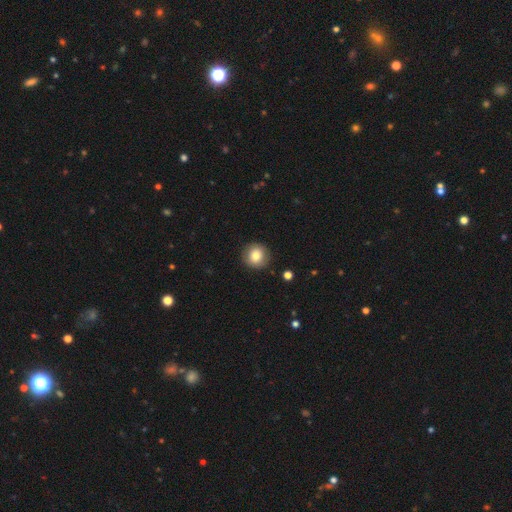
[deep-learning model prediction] The model was most divided on "smooth or featured": smooth: 79%, featured or disk: 11%, star or artifact: 9%. More confident: how rounded — round (93%); merging — none (89%).